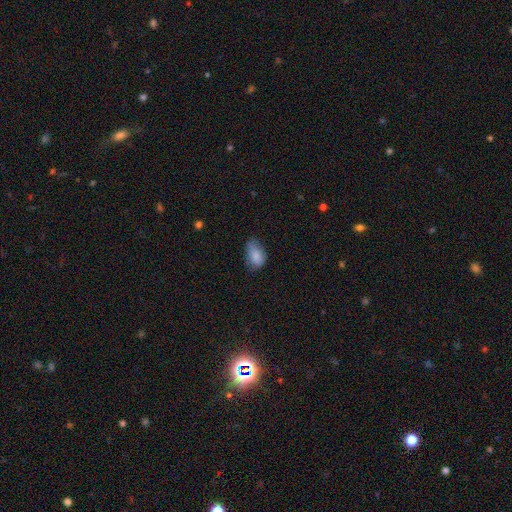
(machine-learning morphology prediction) A smooth galaxy with no disk features (82%) that is in between round and cigar-shaped (87%).

Vote fractions:
- Smooth or featured? smooth: 82% / featured or disk: 10% / star or artifact: 8%
- How rounded? in between: 87% / round: 11% / cigar-shaped: 2%
- Merging? none: 52% / minor disturbance: 36% / major disturbance: 10% / merger: 2%